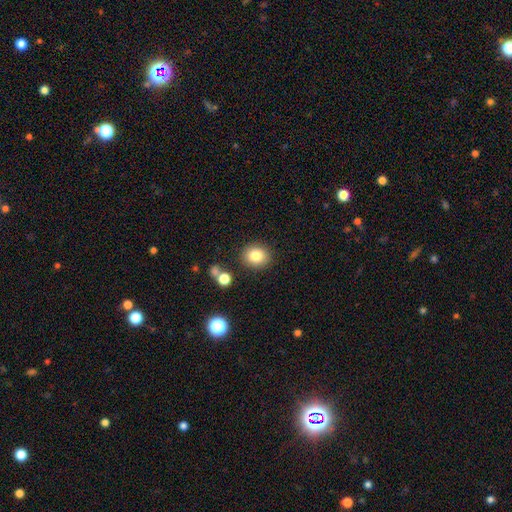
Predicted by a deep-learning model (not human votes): This appears to be a smooth galaxy with no disk features (82%) that is round (73%). Merging: none (86%).